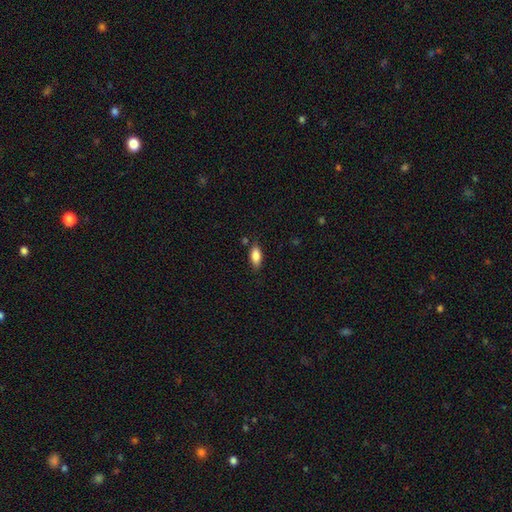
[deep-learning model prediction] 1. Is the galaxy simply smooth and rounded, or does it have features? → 86% smooth, 7% star or artifact, 7% featured or disk.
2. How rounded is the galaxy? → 86% in between, 11% cigar-shaped, 3% round.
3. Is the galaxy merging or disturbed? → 79% none, 15% minor disturbance, 3% major disturbance, 3% merger.